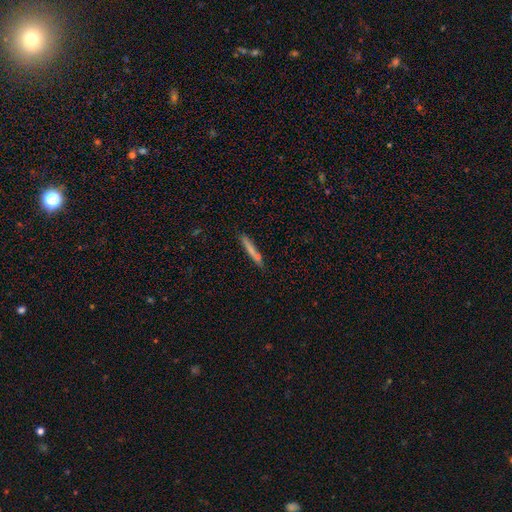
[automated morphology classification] smooth 62%, featured or disk 28%, star or artifact 9%. Down the decision tree: how rounded — cigar-shaped (95%); merging — none (84%).